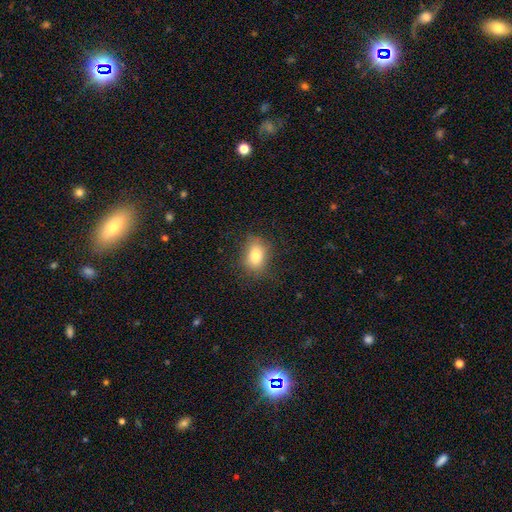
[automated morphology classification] smooth-or-featured: smooth: 79% | star or artifact: 11% | featured or disk: 10%
  how-rounded: in between: 73% | round: 25% | cigar-shaped: 2%
  merging: none: 77% | minor disturbance: 16% | major disturbance: 6% | merger: 1%